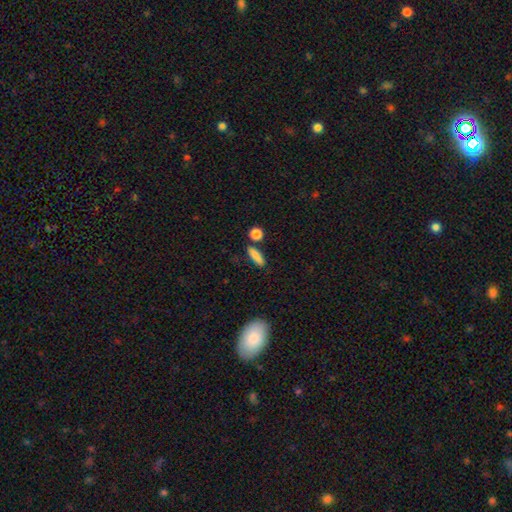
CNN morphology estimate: smooth 83%, featured or disk 9%, star or artifact 8%. Down the decision tree: how rounded — cigar-shaped (56%); merging — none (77%).